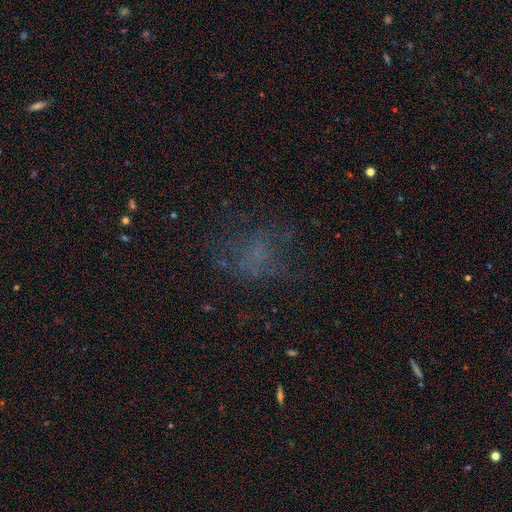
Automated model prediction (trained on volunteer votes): The model was most divided on "smooth or featured": smooth: 39%, featured or disk: 32%, star or artifact: 29%. More confident: merging — none (52%).